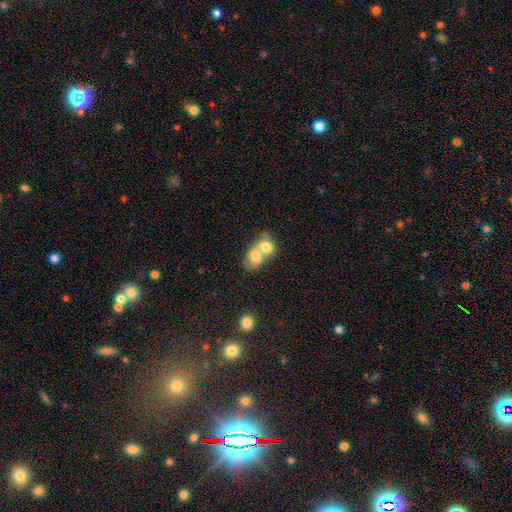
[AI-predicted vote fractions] smooth-or-featured: smooth: 71% | featured or disk: 21% | star or artifact: 8%
  how-rounded: in between: 60% | round: 38% | cigar-shaped: 1%
  merging: merger: 78% | none: 14% | minor disturbance: 5% | major disturbance: 3%